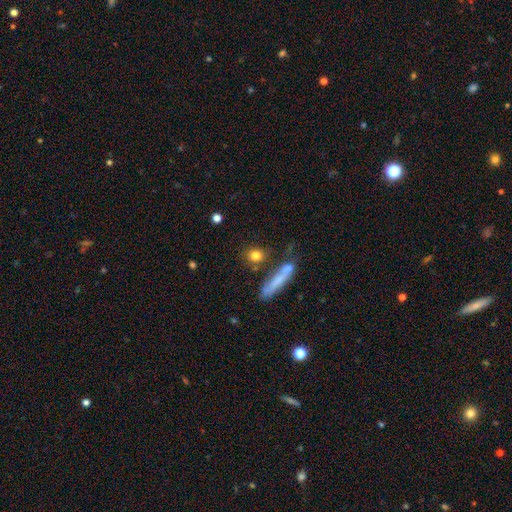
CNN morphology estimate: This is likely a smooth galaxy (80%). How rounded: possibly round (59%). Merging: likely none (75%).